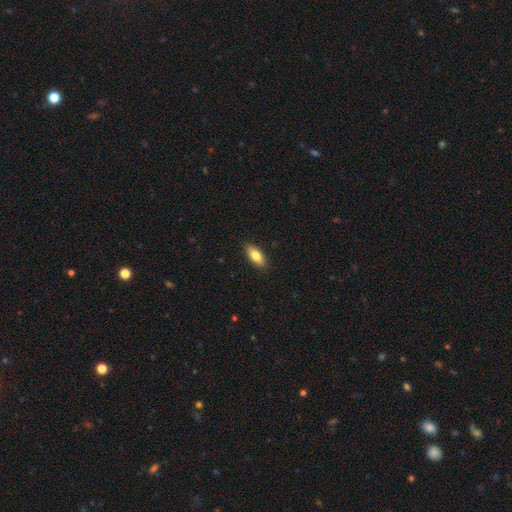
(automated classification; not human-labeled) smooth-or-featured: smooth: 80% | featured or disk: 14% | star or artifact: 6%
  how-rounded: in between: 82% | cigar-shaped: 16% | round: 2%
  merging: none: 88% | minor disturbance: 10% | major disturbance: 2% | merger: 1%